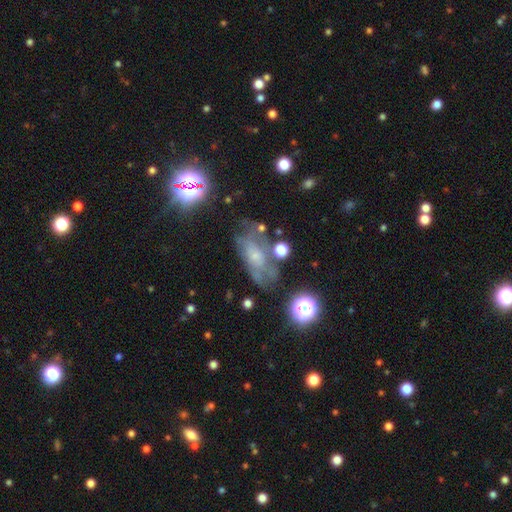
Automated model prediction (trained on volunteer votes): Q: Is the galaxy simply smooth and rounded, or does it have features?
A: featured or disk — 49%.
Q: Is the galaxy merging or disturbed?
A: none — 51%.